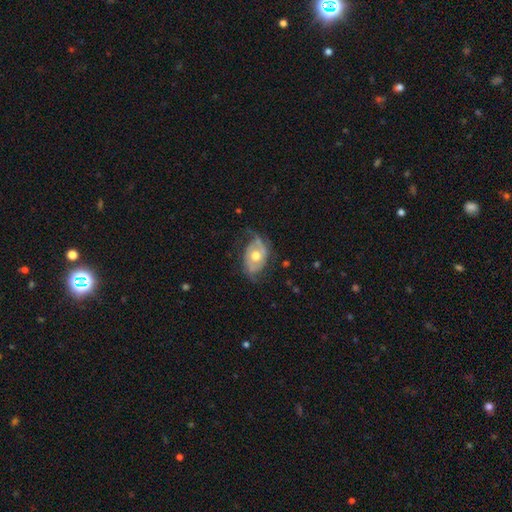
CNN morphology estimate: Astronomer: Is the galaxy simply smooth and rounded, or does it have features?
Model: featured or disk — 71%.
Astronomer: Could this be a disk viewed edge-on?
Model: no — 95%.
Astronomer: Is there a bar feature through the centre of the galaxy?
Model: no — 75%.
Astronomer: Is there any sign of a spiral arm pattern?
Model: yes — 77%.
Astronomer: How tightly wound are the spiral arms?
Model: medium — 38% (runner-up: loose, 36%).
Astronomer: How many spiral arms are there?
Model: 2 — 72%.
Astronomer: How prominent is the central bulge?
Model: moderate — 76%.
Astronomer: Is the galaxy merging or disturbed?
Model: none — 55%.